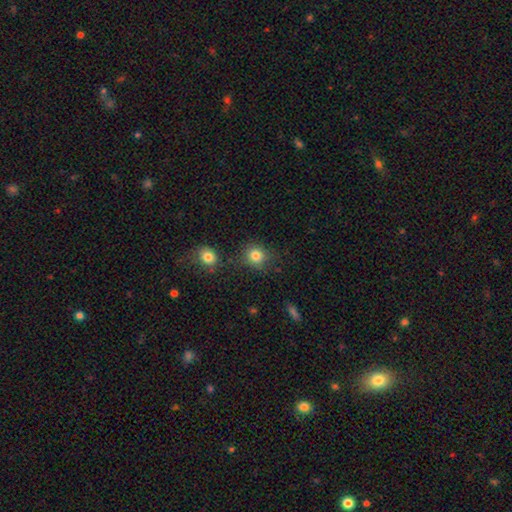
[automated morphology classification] smooth 82%, star or artifact 12%, featured or disk 6%. Down the decision tree: how rounded — round (85%); merging — none (77%).